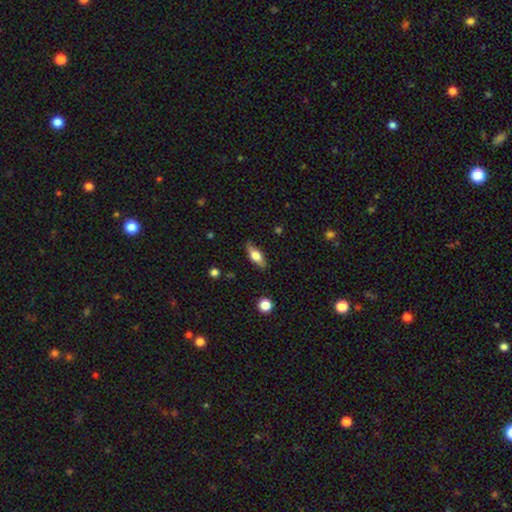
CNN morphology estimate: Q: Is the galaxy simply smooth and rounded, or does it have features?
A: smooth — 54%.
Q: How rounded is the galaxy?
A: in between — 64%.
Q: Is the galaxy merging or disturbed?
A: none — 82%.